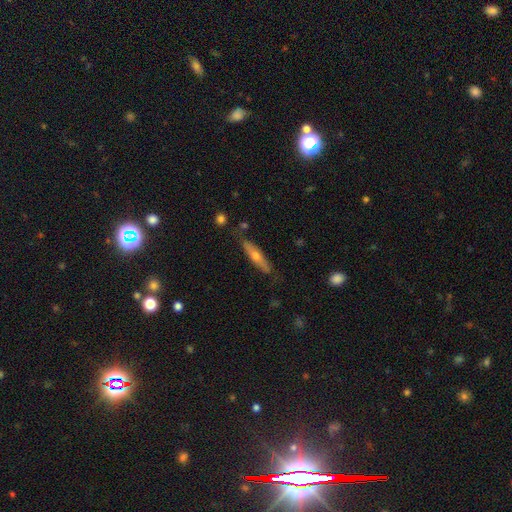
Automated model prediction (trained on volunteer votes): Overall: featured or disk (47%, tied with smooth). Merging: none (80%).